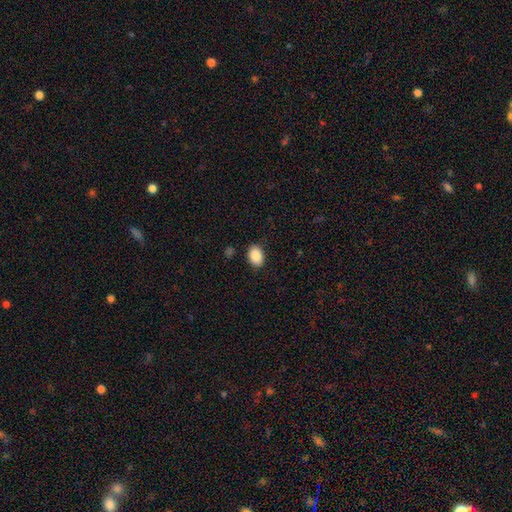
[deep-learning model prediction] Smooth or featured?
  - smooth: 89% *
  - star or artifact: 8%
  - featured or disk: 3%
How rounded?
  - in between: 77% *
  - round: 23%
  - cigar-shaped: 1%
Merging?
  - none: 86% *
  - minor disturbance: 10%
  - major disturbance: 2%
  - merger: 1%